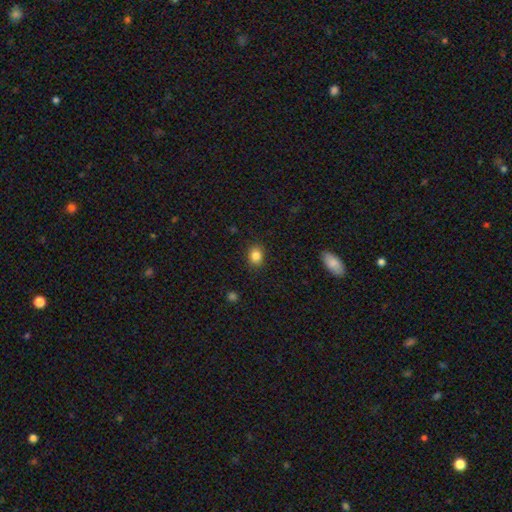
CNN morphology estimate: smooth_or_featured: smooth (p=0.85) [alt: star or artifact p=0.10]
how_rounded: round (p=0.52) [alt: in between p=0.47]
merging: none (p=0.88) [alt: minor disturbance p=0.09]